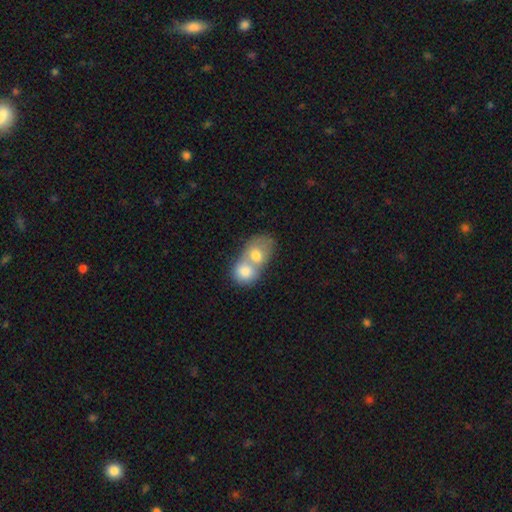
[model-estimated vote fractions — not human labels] This appears to be a smooth galaxy with no disk features (66%) that is round (53%). Merging: merger (79%).